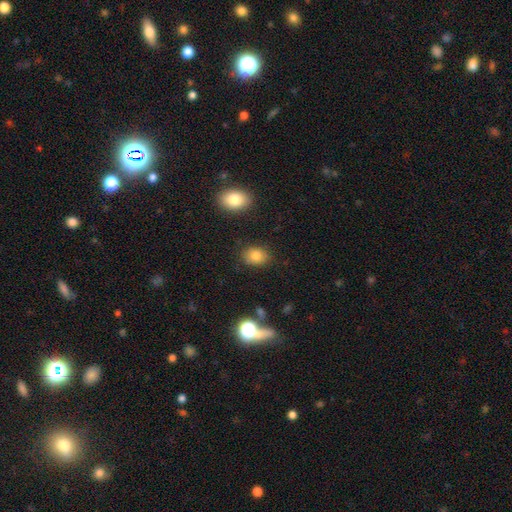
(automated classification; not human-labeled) smooth-or-featured: smooth: 81% | star or artifact: 11% | featured or disk: 8%
  how-rounded: in between: 66% | round: 33% | cigar-shaped: 1%
  merging: none: 81% | minor disturbance: 13% | major disturbance: 3% | merger: 3%